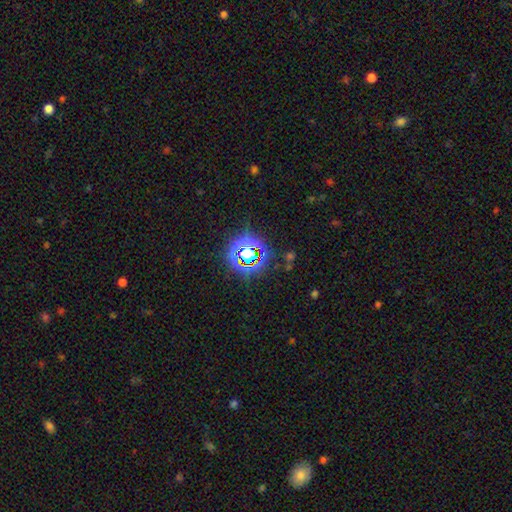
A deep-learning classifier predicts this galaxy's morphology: This is likely a star or artifact rather than a galaxy (79%).